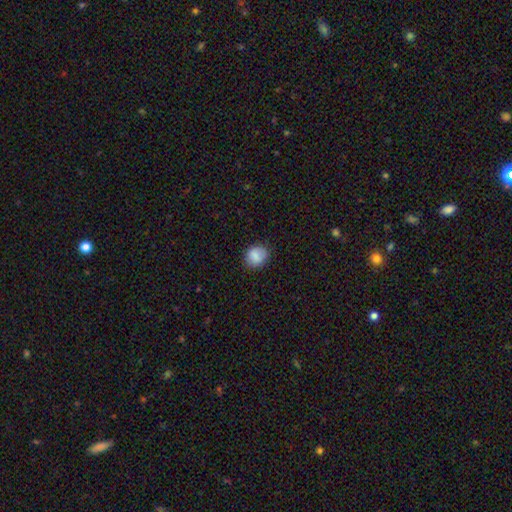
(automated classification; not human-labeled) Q: Smooth or featured?
A: smooth (85%); runner-up: star or artifact (8%)
Q: How rounded?
A: round (64%); runner-up: in between (35%)
Q: Merging?
A: none (80%); runner-up: minor disturbance (15%)